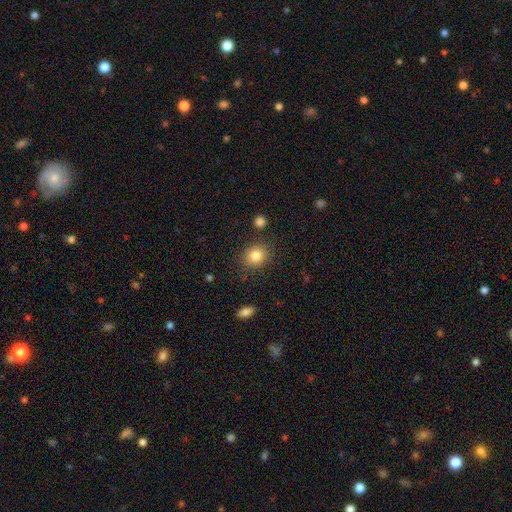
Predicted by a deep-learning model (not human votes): Smooth or featured: smooth — 84% (star or artifact — 10%)
How rounded: round — 68% (in between — 31%)
Merging: none — 84% (minor disturbance — 9%)